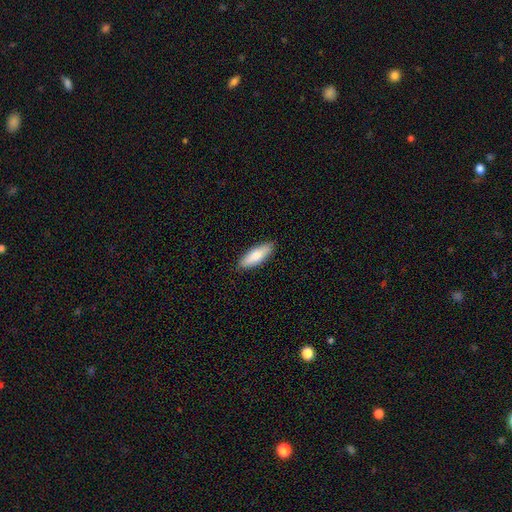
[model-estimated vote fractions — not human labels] This appears to be a smooth galaxy with no disk features (83%) that is in between round and cigar-shaped (56%). Merging: none (88%).